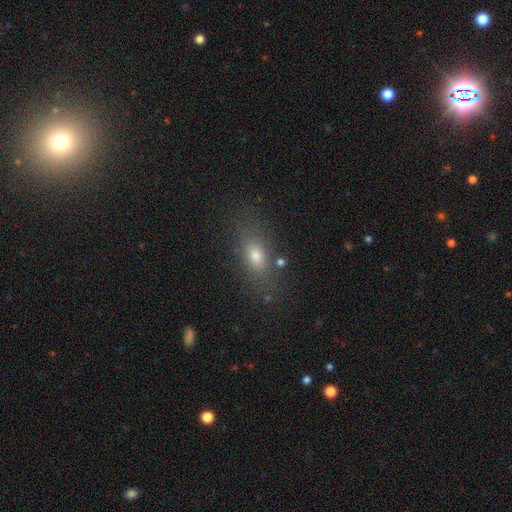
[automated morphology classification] Overall: smooth (71%). How rounded: in between (72%). Merging: none (79%).